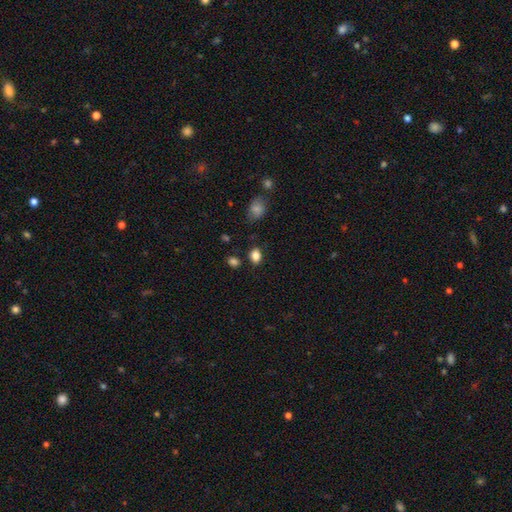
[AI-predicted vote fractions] Smooth or featured? smooth (85%)
How rounded? in between (70%)
Merging? none (80%)